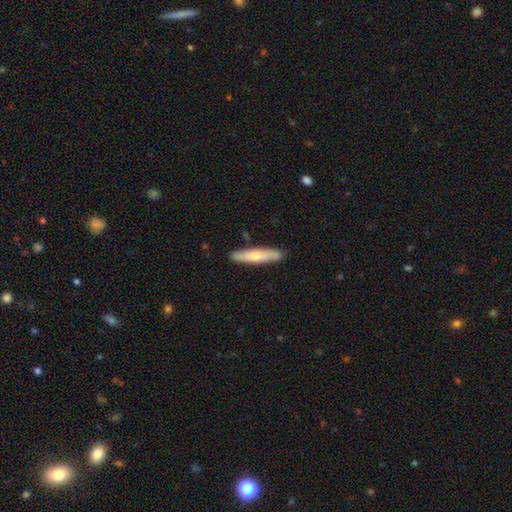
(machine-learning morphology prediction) Smooth or featured?
  - smooth: 61% *
  - featured or disk: 34%
  - star or artifact: 5%
How rounded?
  - cigar-shaped: 87% *
  - in between: 12%
  - round: 1%
Merging?
  - none: 86% *
  - minor disturbance: 11%
  - merger: 2%
  - major disturbance: 2%